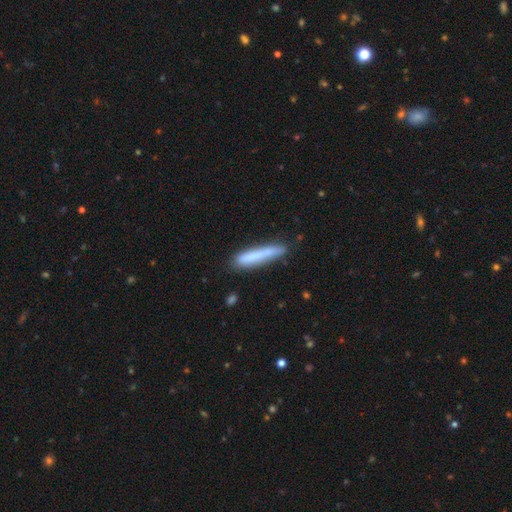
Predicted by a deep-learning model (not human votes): Smooth or featured? Predicted: smooth (p=0.71). How rounded? Predicted: cigar-shaped (p=0.92). Merging? Predicted: none (p=0.76).